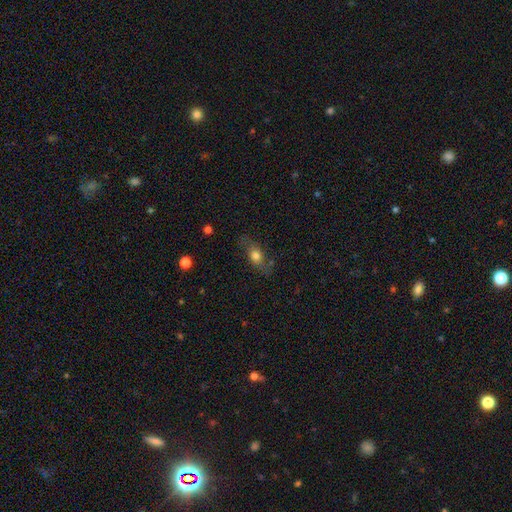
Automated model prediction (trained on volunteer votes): A smooth galaxy with no disk features (65%) that is in between round and cigar-shaped (67%). Merging: none (69%).